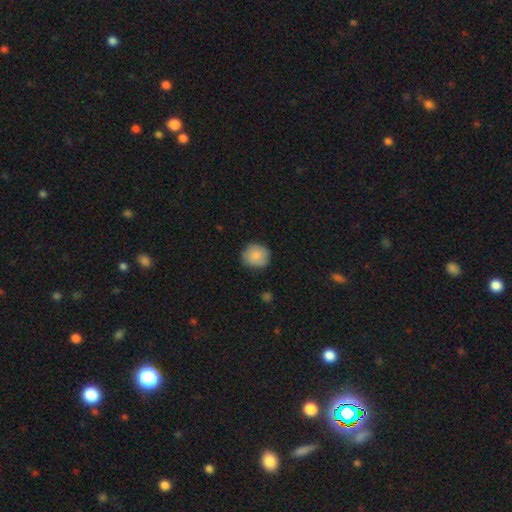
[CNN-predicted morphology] type=smooth (87%); roundness=round (87%); merging=none (85%).